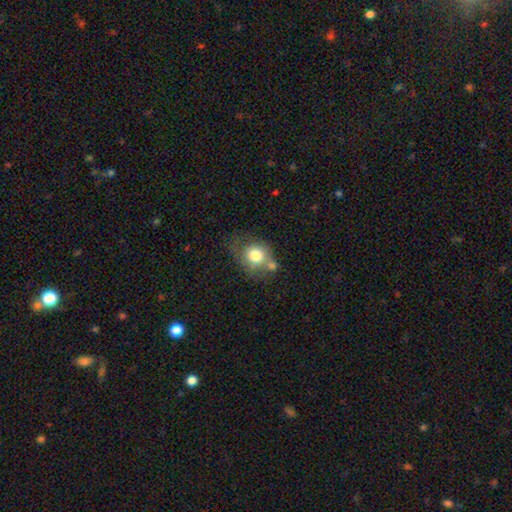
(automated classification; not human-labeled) The model was most divided on "merging": none: 43%, minor disturbance: 23%, merger: 22%, major disturbance: 12%. More confident: smooth or featured — smooth (74%); how rounded — round (65%).